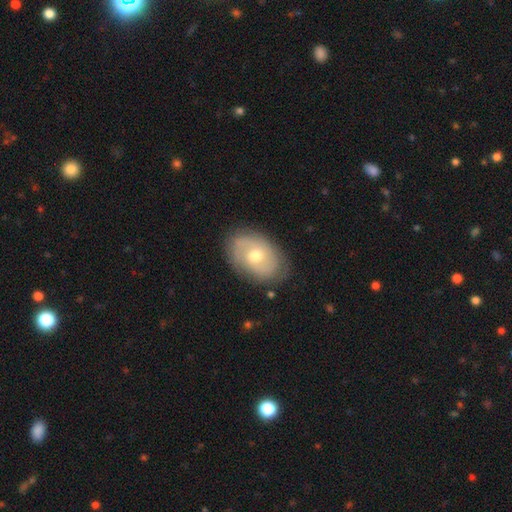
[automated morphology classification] This is possibly a featured or disk galaxy (51%). It is clearly not viewed edge-on (93%). Merging: likely none (77%).